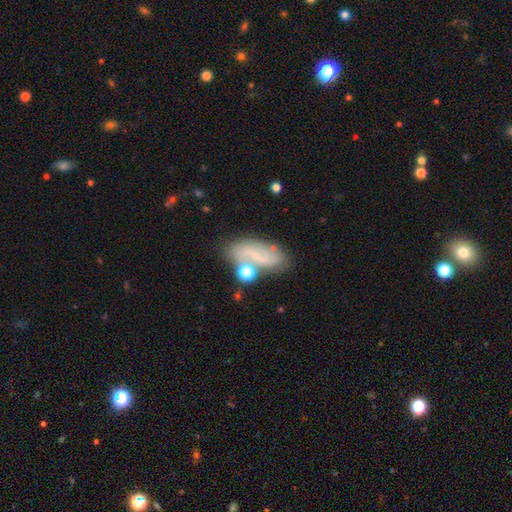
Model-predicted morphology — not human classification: Smooth or featured? featured or disk (46%)
Merging? none (54%)